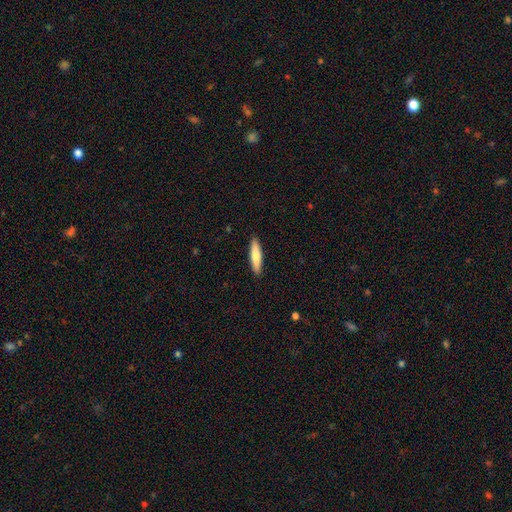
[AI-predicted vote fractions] smooth-or-featured: smooth: 72% | featured or disk: 23% | star or artifact: 5%
  how-rounded: cigar-shaped: 80% | in between: 18% | round: 1%
  merging: none: 91% | minor disturbance: 7% | major disturbance: 1% | merger: 1%